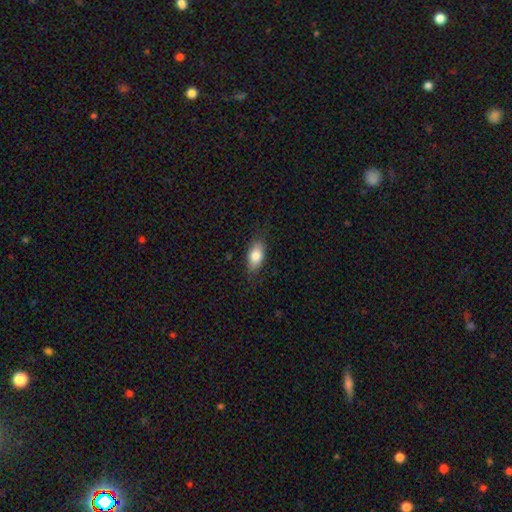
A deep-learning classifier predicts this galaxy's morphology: smooth 81%, featured or disk 12%, star or artifact 7%. Down the decision tree: how rounded — in between (88%); merging — none (81%).